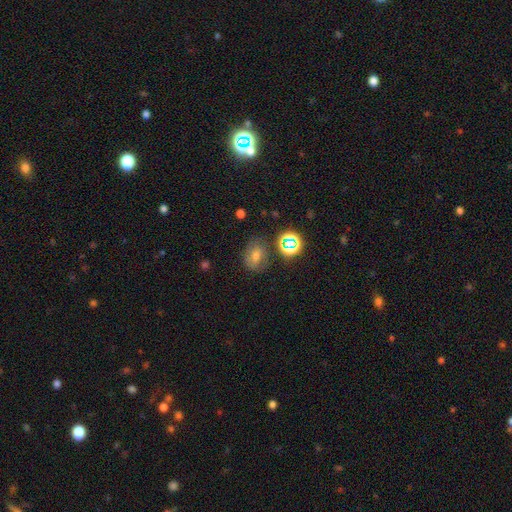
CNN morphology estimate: Smooth or featured: smooth — 57% (star or artifact — 23%)
How rounded: in between — 54% (round — 44%)
Merging: none — 70% (minor disturbance — 18%)